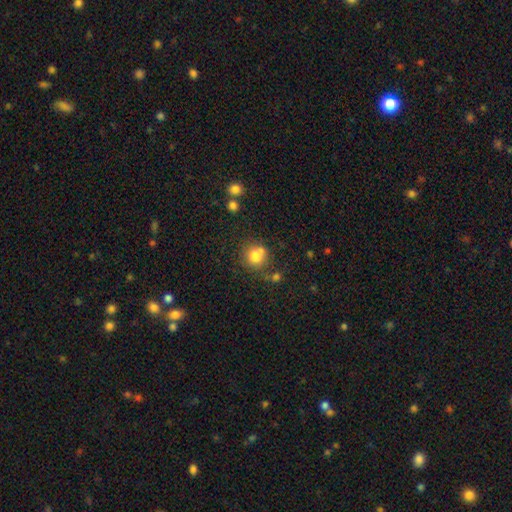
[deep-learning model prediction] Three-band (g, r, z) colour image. It shows a smooth galaxy with no disk features (78%) that is round (84%). Merging: none (55%).